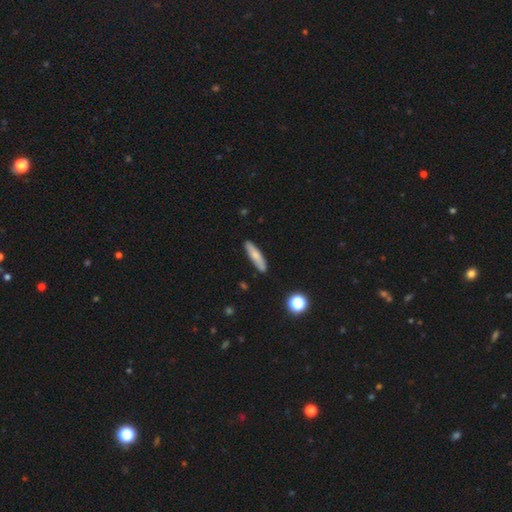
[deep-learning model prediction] This is likely a smooth galaxy (71%). How rounded: likely cigar-shaped (79%). Merging: clearly none (85%).